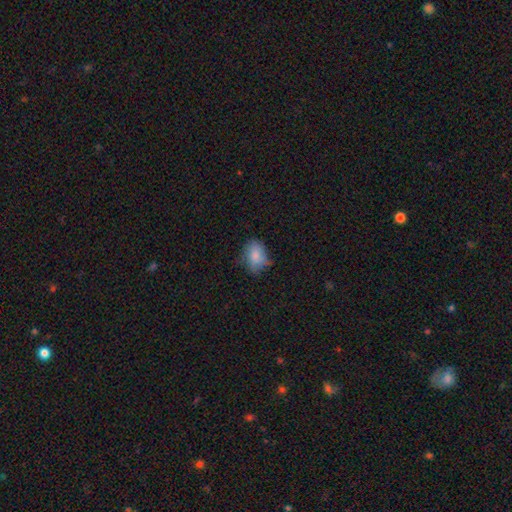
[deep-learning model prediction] The model was most divided on "merging": none: 55%, minor disturbance: 32%, major disturbance: 11%, merger: 2%. More confident: smooth or featured — smooth (79%); how rounded — in between (76%).